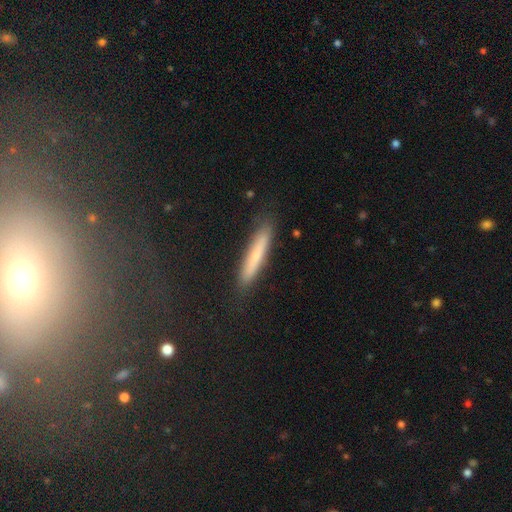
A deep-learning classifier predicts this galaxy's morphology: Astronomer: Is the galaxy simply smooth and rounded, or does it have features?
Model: smooth — 68%.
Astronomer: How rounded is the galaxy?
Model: cigar-shaped — 92%.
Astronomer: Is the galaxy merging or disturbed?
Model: none — 87%.